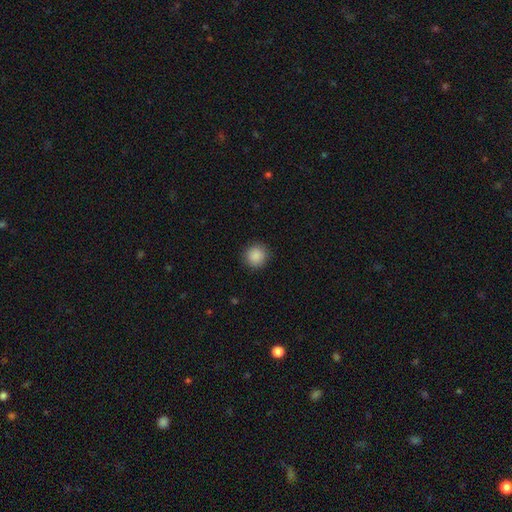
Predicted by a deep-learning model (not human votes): smooth_or_featured: smooth (p=0.89) [alt: star or artifact p=0.09]
how_rounded: round (p=0.94) [alt: in between p=0.05]
merging: none (p=0.91) [alt: minor disturbance p=0.06]